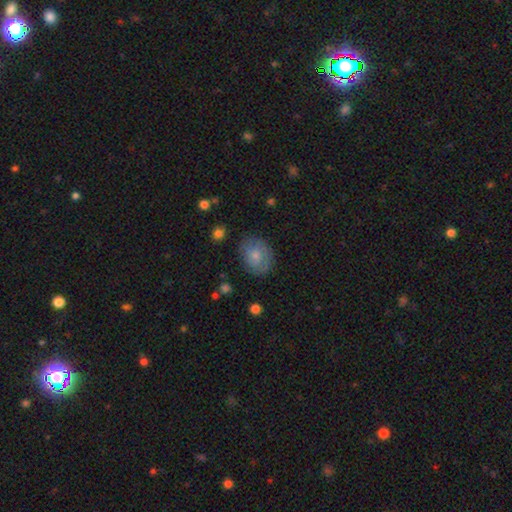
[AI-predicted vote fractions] smooth_or_featured: smooth (p=0.67) [alt: featured or disk p=0.25]
how_rounded: in between (p=0.55) [alt: round p=0.44]
merging: none (p=0.78) [alt: minor disturbance p=0.16]